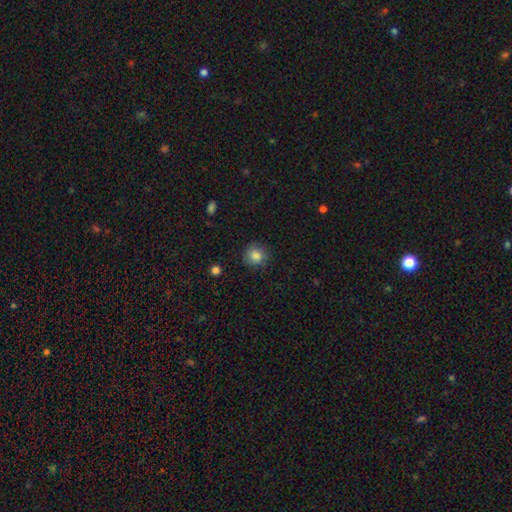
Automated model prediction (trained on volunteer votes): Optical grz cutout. It shows a smooth galaxy with no disk features (83%) that is round (90%). Merging: none (83%).